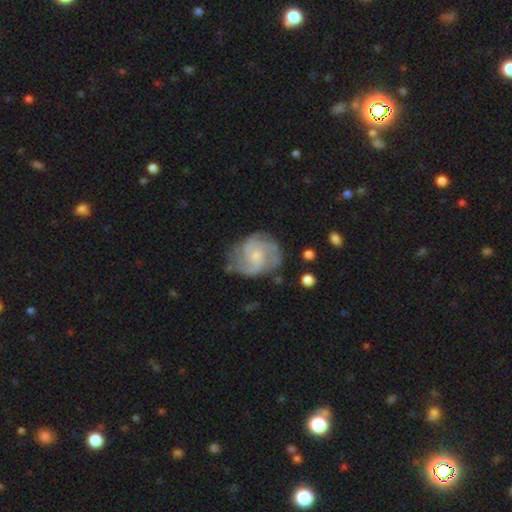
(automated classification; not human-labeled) Smooth or featured?
  - featured or disk: 85% *
  - smooth: 10%
  - star or artifact: 5%
Edge-on disk?
  - no: 98% *
  - yes: 2%
Bar?
  - no: 62% *
  - weak: 33%
  - strong: 5%
Spiral arms?
  - yes: 96% *
  - no: 4%
Spiral winding?
  - medium: 44% * (tied)
  - tight: 44% * (tied)
  - loose: 11%
Spiral arm count?
  - 3: 34% *
  - 2: 26%
  - can't tell: 19%
  - 4: 11%
  - 1: 5%
  - more than 4: 5%
Bulge size?
  - small: 72% *
  - moderate: 22%
  - none: 4%
  - large: 1%
  - dominant: 1%
Merging?
  - none: 69% *
  - minor disturbance: 21%
  - major disturbance: 9%
  - merger: 2%